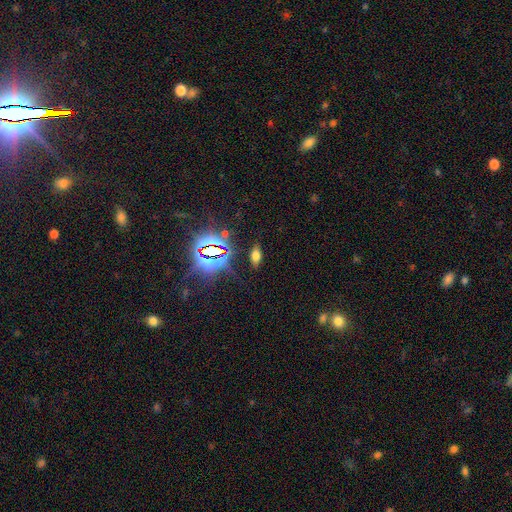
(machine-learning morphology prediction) Q: Smooth or featured?
A: smooth (52%); runner-up: star or artifact (34%)
Q: How rounded?
A: in between (82%); runner-up: cigar-shaped (12%)
Q: Merging?
A: none (85%); runner-up: minor disturbance (10%)